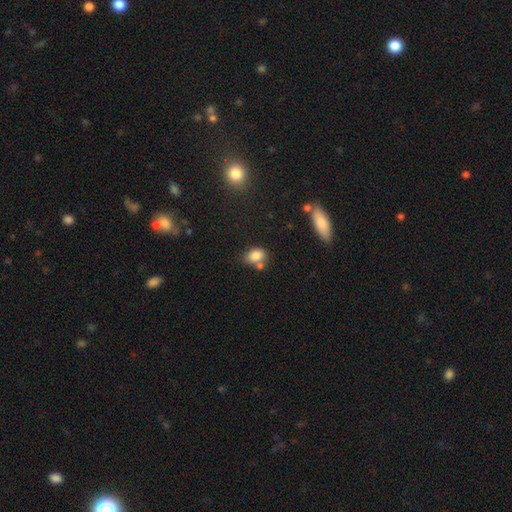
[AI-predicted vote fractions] Smooth or featured? Predicted: smooth (p=0.81). How rounded? Predicted: in between (p=0.78). Merging? Predicted: none (p=0.51).